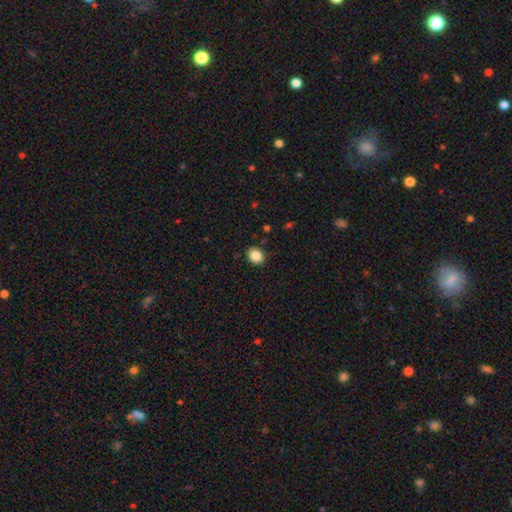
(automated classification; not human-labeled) Smooth or featured: smooth — 86% (star or artifact — 9%)
How rounded: round — 52% (in between — 47%)
Merging: none — 86% (minor disturbance — 11%)